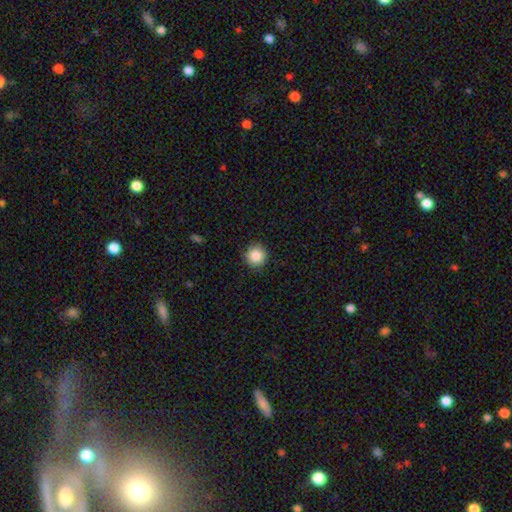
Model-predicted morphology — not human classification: Smooth or featured? smooth (87%)
How rounded? round (94%)
Merging? none (89%)